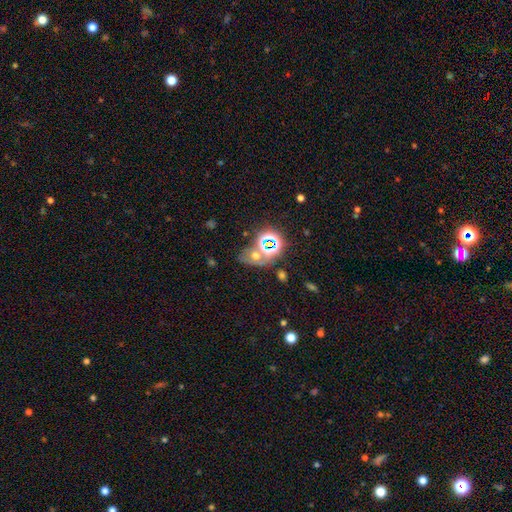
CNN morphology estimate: Q: Smooth or featured?
A: star or artifact (42%); runner-up: smooth (37%)